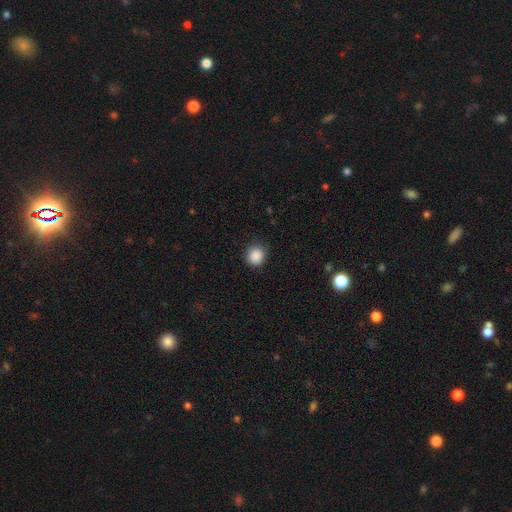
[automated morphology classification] Smooth or featured? smooth (88%)
How rounded? round (83%)
Merging? none (84%)